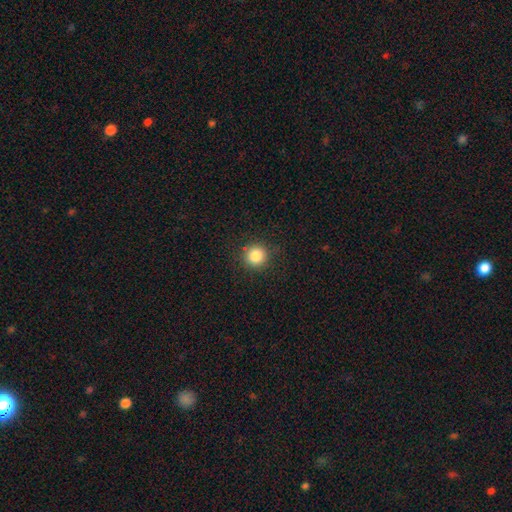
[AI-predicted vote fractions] A smooth galaxy with no disk features (85%) that is round (93%).

Vote fractions:
- Smooth or featured? smooth: 85% / star or artifact: 11% / featured or disk: 4%
- How rounded? round: 93% / in between: 6% / cigar-shaped: 1%
- Merging? none: 89% / minor disturbance: 7% / major disturbance: 2% / merger: 1%